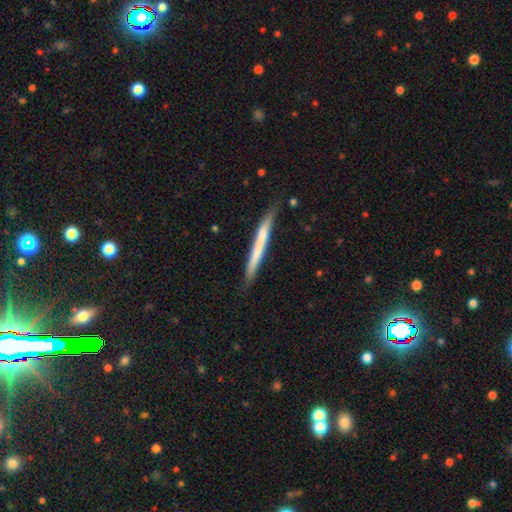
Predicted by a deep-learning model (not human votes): smooth_or_featured: smooth (p=0.59) [alt: featured or disk p=0.35]
how_rounded: cigar-shaped (p=0.96) [alt: in between p=0.02]
merging: none (p=0.82) [alt: minor disturbance p=0.13]